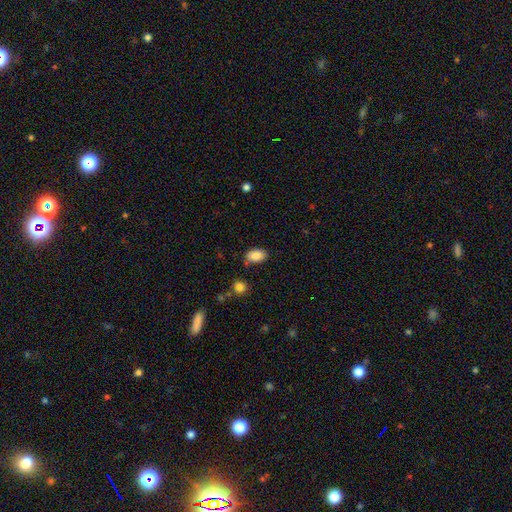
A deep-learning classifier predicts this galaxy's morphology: Q: Smooth or featured?
A: smooth (87%); runner-up: star or artifact (8%)
Q: How rounded?
A: in between (91%); runner-up: round (8%)
Q: Merging?
A: none (77%); runner-up: minor disturbance (16%)